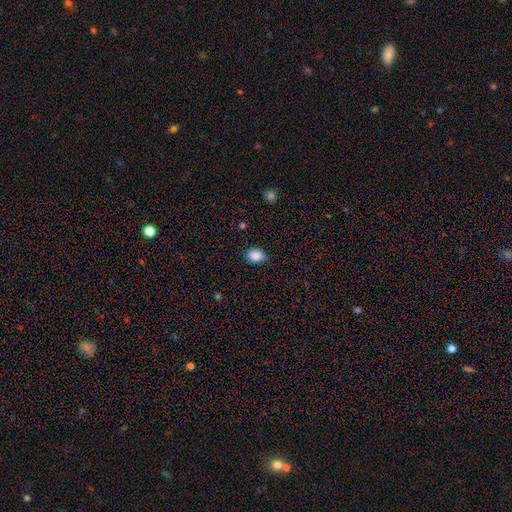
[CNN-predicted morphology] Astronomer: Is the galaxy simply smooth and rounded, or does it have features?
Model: smooth — 86%.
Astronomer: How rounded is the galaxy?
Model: in between — 57% (runner-up: round, 42%).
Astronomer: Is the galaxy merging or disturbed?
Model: none — 80%.